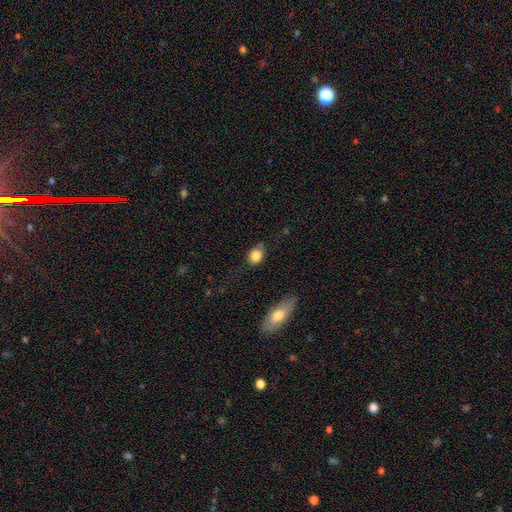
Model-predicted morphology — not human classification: Smooth or featured?
  - smooth: 84% *
  - featured or disk: 9%
  - star or artifact: 8%
How rounded?
  - in between: 66% *
  - round: 32%
  - cigar-shaped: 2%
Merging?
  - none: 68% *
  - minor disturbance: 23%
  - major disturbance: 6%
  - merger: 4%